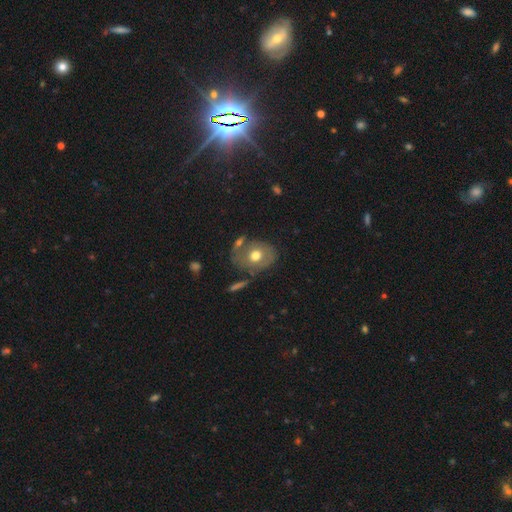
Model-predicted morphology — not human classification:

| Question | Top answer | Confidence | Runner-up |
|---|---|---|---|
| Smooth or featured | smooth | 53% | featured or disk (39%) |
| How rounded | round | 51% | in between (47%) |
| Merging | none | 61% | minor disturbance (19%) |